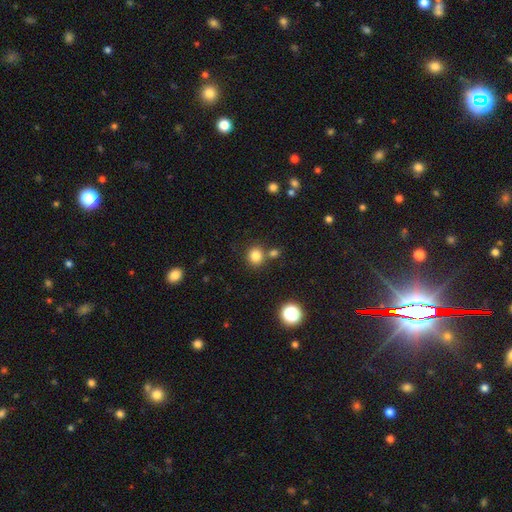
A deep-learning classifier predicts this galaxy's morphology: smooth 81%, star or artifact 13%, featured or disk 5%. Down the decision tree: how rounded — round (85%); merging — none (72%).